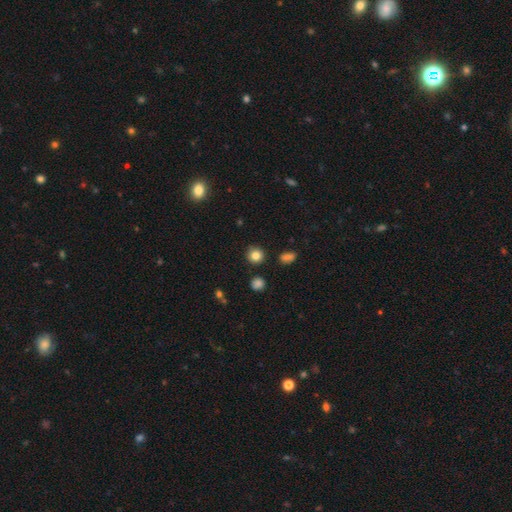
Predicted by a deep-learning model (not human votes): Smooth or featured: smooth — 83% (star or artifact — 11%)
How rounded: round — 91% (in between — 8%)
Merging: none — 89% (minor disturbance — 7%)